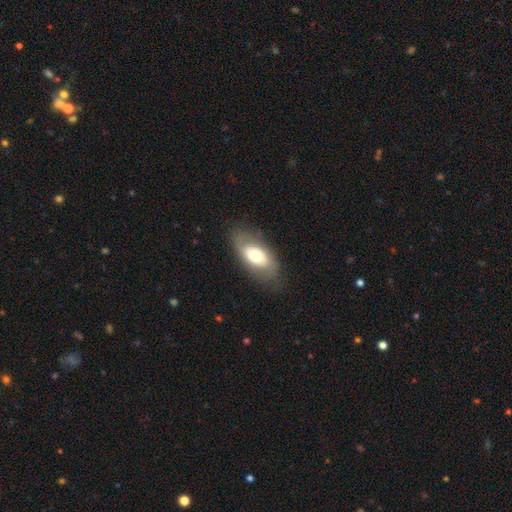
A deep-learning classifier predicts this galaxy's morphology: smooth 57%, featured or disk 36%, star or artifact 7%. Down the decision tree: how rounded — in between (91%); merging — none (74%).